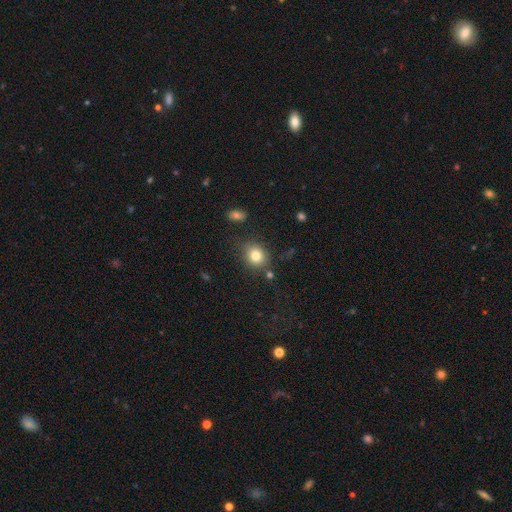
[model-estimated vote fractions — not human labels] smooth 81%, star or artifact 11%, featured or disk 8%. Down the decision tree: how rounded — round (69%); merging — none (75%).